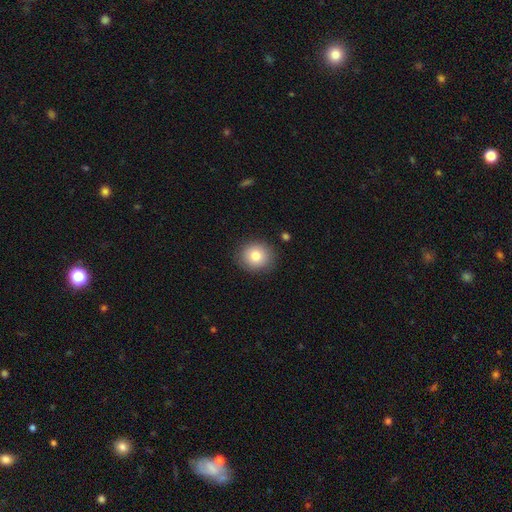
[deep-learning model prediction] Q: Smooth or featured?
A: smooth (80%); runner-up: featured or disk (10%)
Q: How rounded?
A: round (82%); runner-up: in between (17%)
Q: Merging?
A: none (87%); runner-up: minor disturbance (9%)